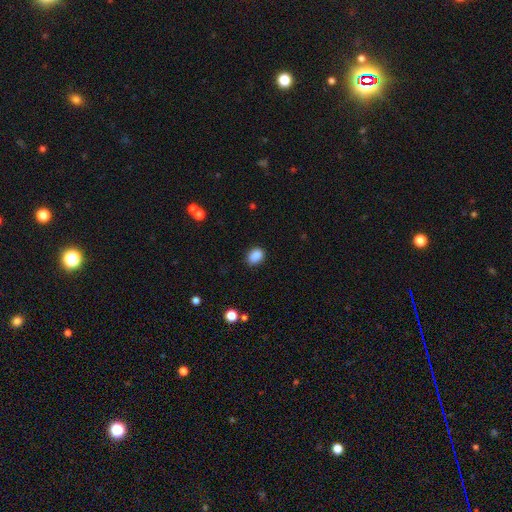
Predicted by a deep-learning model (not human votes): Smooth or featured: smooth — 88% (star or artifact — 9%)
How rounded: in between — 67% (round — 32%)
Merging: none — 86% (minor disturbance — 11%)